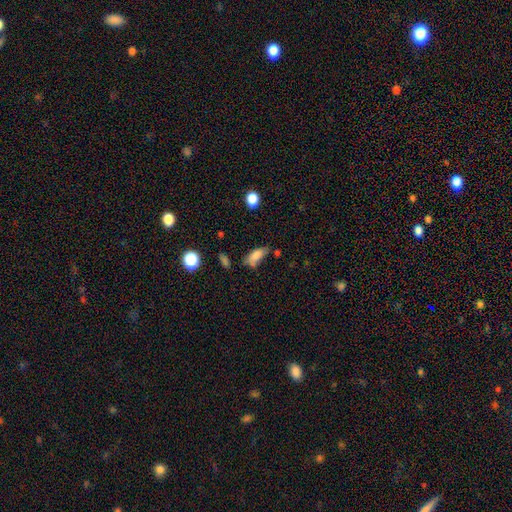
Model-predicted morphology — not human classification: Smooth or featured?
  - smooth: 77% *
  - featured or disk: 13%
  - star or artifact: 10%
How rounded?
  - in between: 77% *
  - cigar-shaped: 20%
  - round: 3%
Merging?
  - none: 48% *
  - minor disturbance: 30%
  - major disturbance: 11%
  - merger: 10%